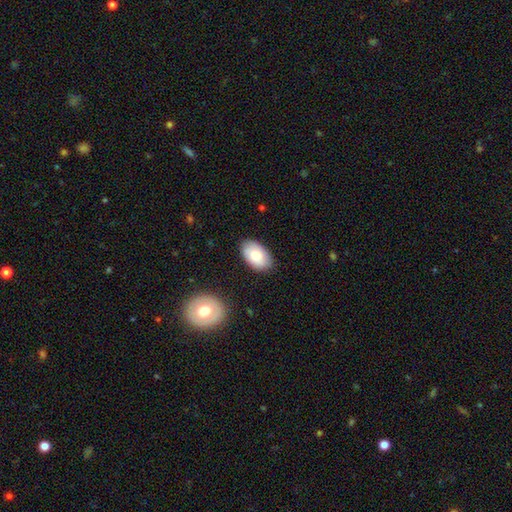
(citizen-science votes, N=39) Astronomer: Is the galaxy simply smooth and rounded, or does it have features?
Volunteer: smooth — 85%.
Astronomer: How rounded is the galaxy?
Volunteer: in between — 100%.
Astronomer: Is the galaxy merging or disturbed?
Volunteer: none — 78%.